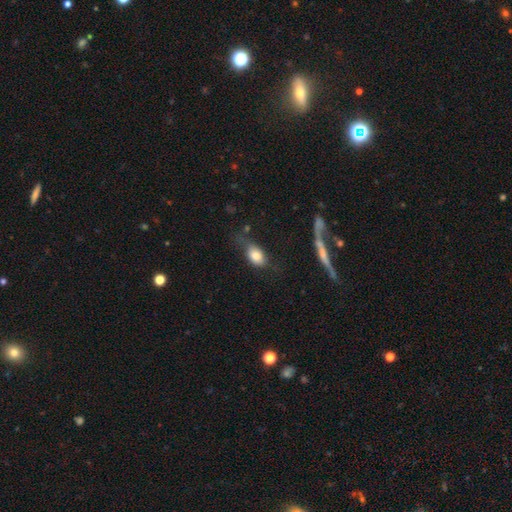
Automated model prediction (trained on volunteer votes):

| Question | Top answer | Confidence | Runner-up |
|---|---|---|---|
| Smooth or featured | smooth | 78% | featured or disk (15%) |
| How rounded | in between | 81% | round (16%) |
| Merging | none | 48% | minor disturbance (29%) |